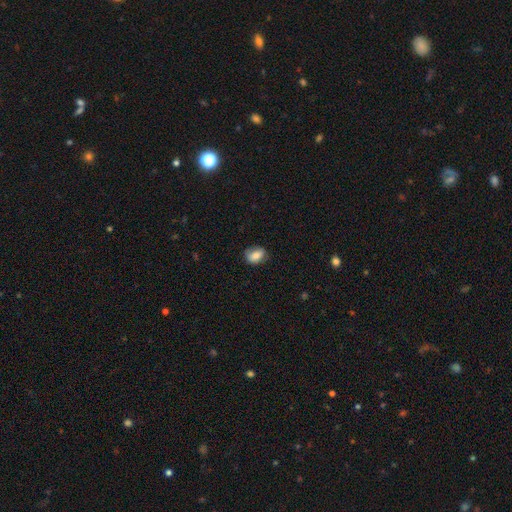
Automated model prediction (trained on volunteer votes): A smooth galaxy with no disk features (75%) that is in between round and cigar-shaped (69%).

Vote fractions:
- Smooth or featured? smooth: 75% / featured or disk: 16% / star or artifact: 8%
- How rounded? in between: 69% / round: 29% / cigar-shaped: 2%
- Merging? none: 72% / minor disturbance: 22% / major disturbance: 5% / merger: 1%